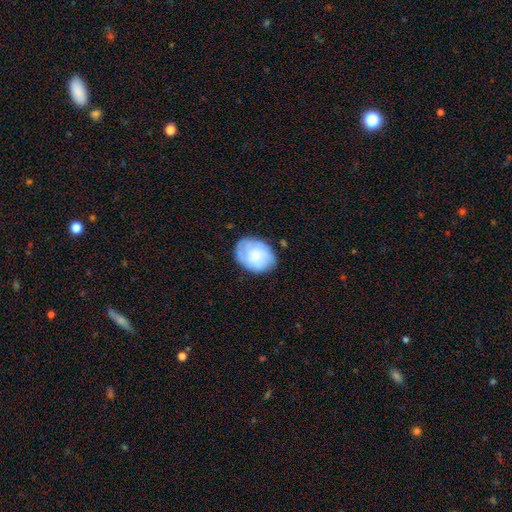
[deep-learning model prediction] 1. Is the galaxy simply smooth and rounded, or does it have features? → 58% smooth, 35% featured or disk, 7% star or artifact.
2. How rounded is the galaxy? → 64% in between, 35% round, 1% cigar-shaped.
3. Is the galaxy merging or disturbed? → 71% none, 21% minor disturbance, 6% major disturbance, 2% merger.